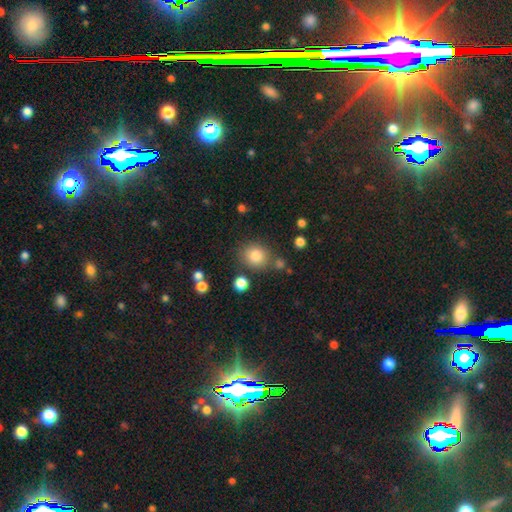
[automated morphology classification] smooth 81%, star or artifact 12%, featured or disk 7%. Down the decision tree: how rounded — round (80%); merging — none (77%).